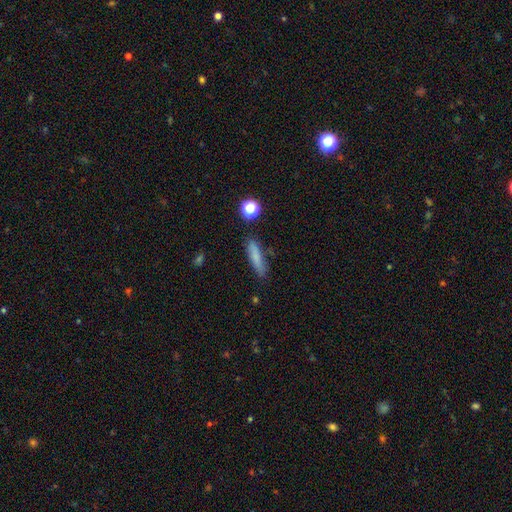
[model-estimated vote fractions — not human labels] Smooth or featured? smooth (76%)
How rounded? cigar-shaped (80%)
Merging? none (79%)